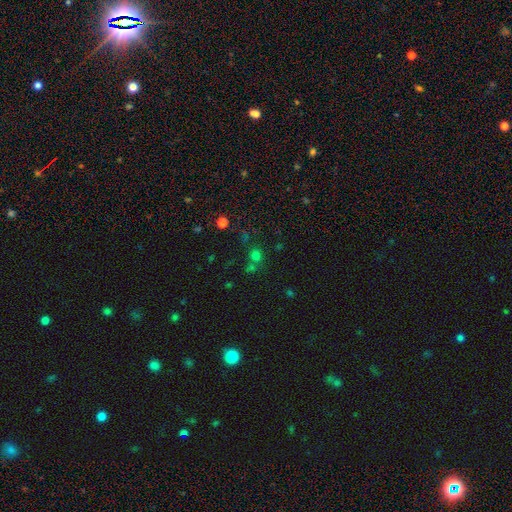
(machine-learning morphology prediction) Smooth or featured?
  - smooth: 60% *
  - star or artifact: 33%
  - featured or disk: 8%
How rounded?
  - round: 85% *
  - in between: 13%
  - cigar-shaped: 1%
Merging?
  - none: 64% *
  - merger: 22%
  - minor disturbance: 9%
  - major disturbance: 5%